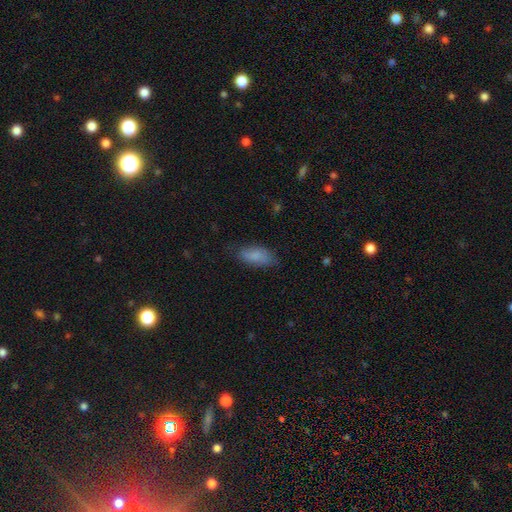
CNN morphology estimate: A smooth galaxy with no disk features (82%) that is in between round and cigar-shaped (88%).

Vote fractions:
- Smooth or featured? smooth: 82% / featured or disk: 11% / star or artifact: 7%
- How rounded? in between: 88% / cigar-shaped: 10% / round: 3%
- Merging? none: 74% / minor disturbance: 20% / major disturbance: 4% / merger: 1%